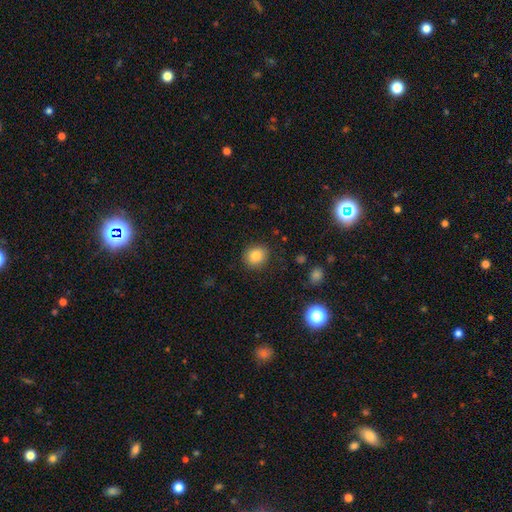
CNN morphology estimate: Q: Smooth or featured?
A: smooth (84%); runner-up: star or artifact (10%)
Q: How rounded?
A: round (74%); runner-up: in between (25%)
Q: Merging?
A: none (87%); runner-up: minor disturbance (9%)